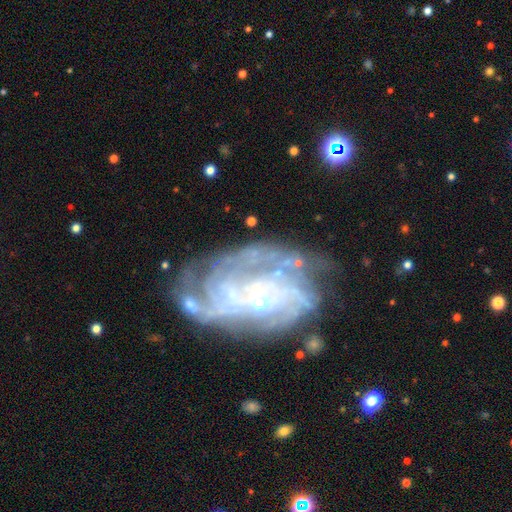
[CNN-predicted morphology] Smooth or featured: featured or disk — 87% (star or artifact — 7%)
Edge-on disk: no — 97% (yes — 3%)
Bar: no — 52% (weak — 36%)
Spiral arms: yes — 94% (no — 6%)
Spiral winding: tight — 62% (medium — 29%)
Spiral arm count: can't tell — 33% (4 — 20%)
Bulge size: small — 53% (moderate — 39%)
Merging: none — 62% (minor disturbance — 21%)